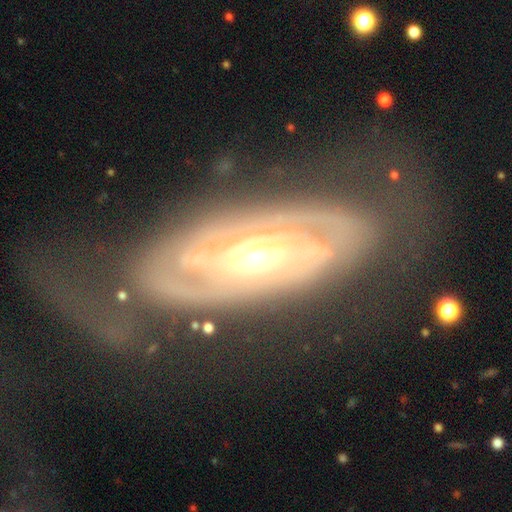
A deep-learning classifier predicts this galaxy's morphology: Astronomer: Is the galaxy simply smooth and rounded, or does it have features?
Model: featured or disk — 88%.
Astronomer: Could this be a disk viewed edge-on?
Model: no — 91%.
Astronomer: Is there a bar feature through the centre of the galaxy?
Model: no — 57%.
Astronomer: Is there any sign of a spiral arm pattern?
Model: yes — 91%.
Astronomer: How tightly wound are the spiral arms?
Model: tight — 73%.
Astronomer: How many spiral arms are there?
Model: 2 — 49% (runner-up: can't tell, 28%).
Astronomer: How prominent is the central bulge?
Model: moderate — 65%.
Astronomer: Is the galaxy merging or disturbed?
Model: none — 62%.